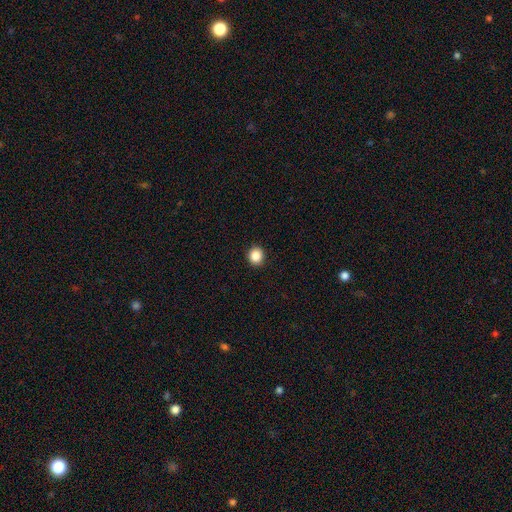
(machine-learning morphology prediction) The model was most divided on "how rounded": round: 81%, in between: 18%, cigar-shaped: 1%. More confident: merging — none (93%); smooth or featured — smooth (87%).